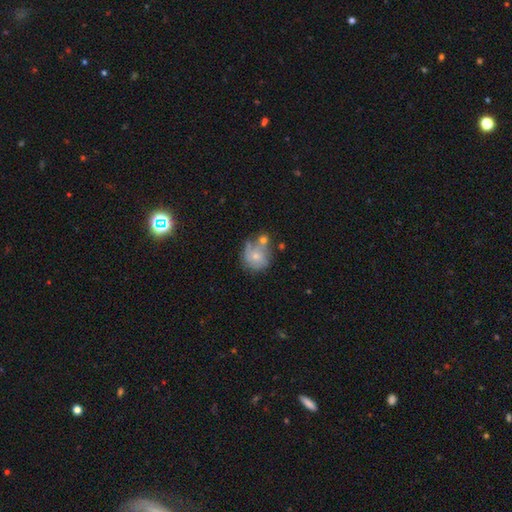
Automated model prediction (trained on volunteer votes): A smooth galaxy with no disk features (53%) that is round (76%).

Vote fractions:
- Smooth or featured? smooth: 53% / featured or disk: 38% / star or artifact: 9%
- How rounded? round: 76% / in between: 23% / cigar-shaped: 1%
- Merging? none: 41% / merger: 24% / minor disturbance: 23% / major disturbance: 13%